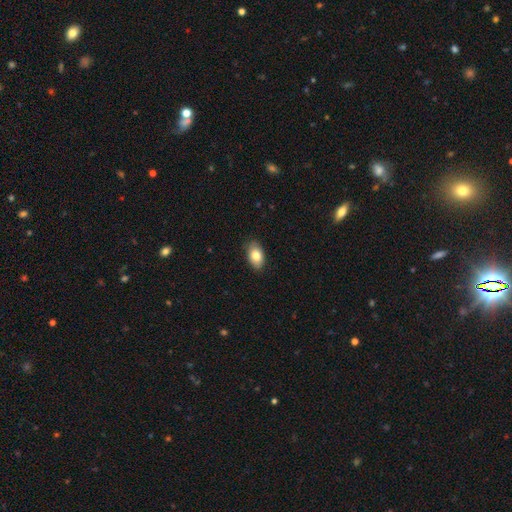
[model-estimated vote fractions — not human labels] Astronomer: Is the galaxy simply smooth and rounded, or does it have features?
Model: smooth — 81%.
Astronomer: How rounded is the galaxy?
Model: in between — 90%.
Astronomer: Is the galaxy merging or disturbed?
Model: none — 87%.